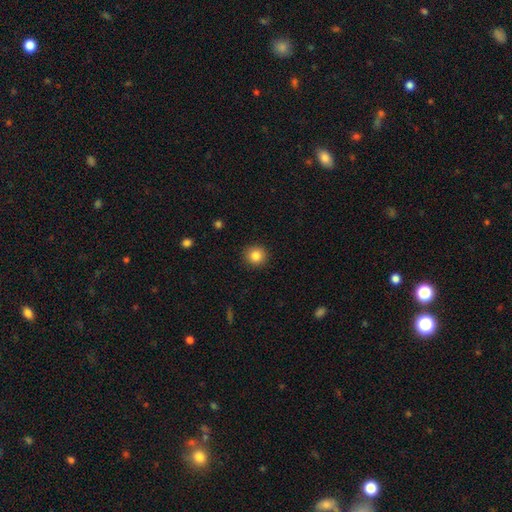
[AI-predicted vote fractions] This appears to be a smooth galaxy with no disk features (84%) that is round (92%). Merging: none (91%).